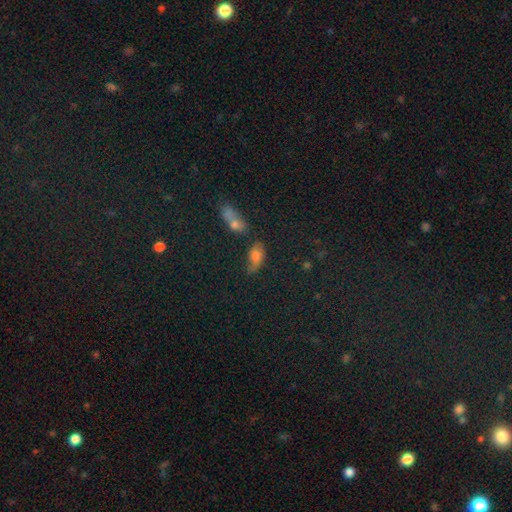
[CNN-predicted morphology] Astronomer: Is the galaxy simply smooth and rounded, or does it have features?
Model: smooth — 64%.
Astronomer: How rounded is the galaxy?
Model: in between — 82%.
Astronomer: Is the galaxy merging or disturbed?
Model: none — 39% (runner-up: minor disturbance, 27%).